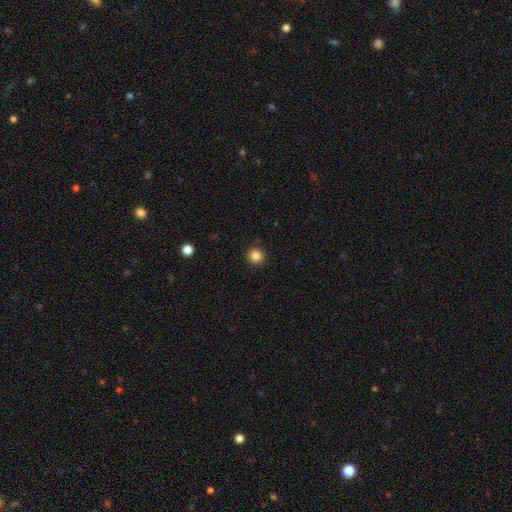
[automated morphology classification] Smooth or featured?
  - smooth: 85% *
  - star or artifact: 11%
  - featured or disk: 4%
How rounded?
  - round: 94% *
  - in between: 5%
  - cigar-shaped: 1%
Merging?
  - none: 91% *
  - minor disturbance: 6%
  - major disturbance: 2%
  - merger: 1%